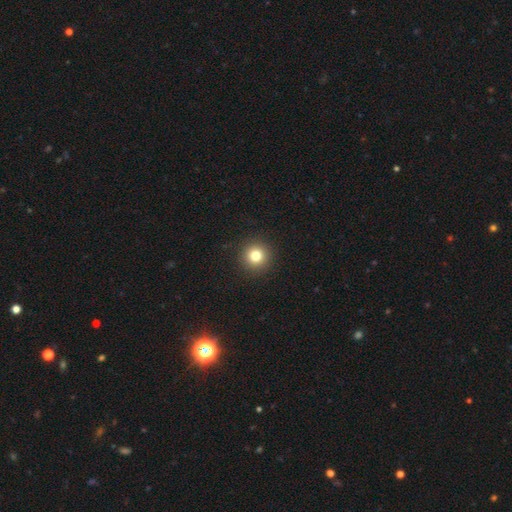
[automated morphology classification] Smooth or featured? smooth (80%)
How rounded? round (95%)
Merging? none (93%)